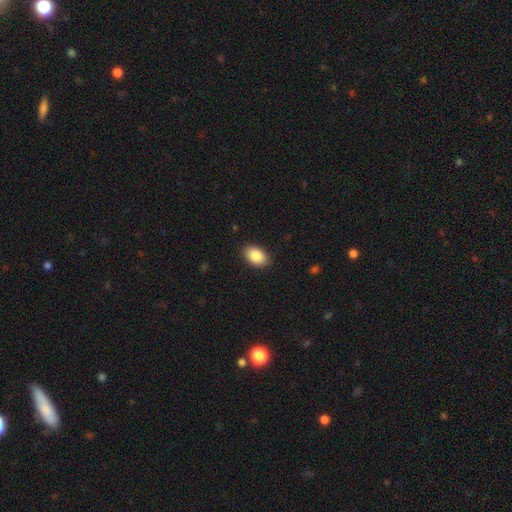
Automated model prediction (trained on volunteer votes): This appears to be a smooth galaxy with no disk features (88%) that is in between round and cigar-shaped (92%). Merging: none (89%).